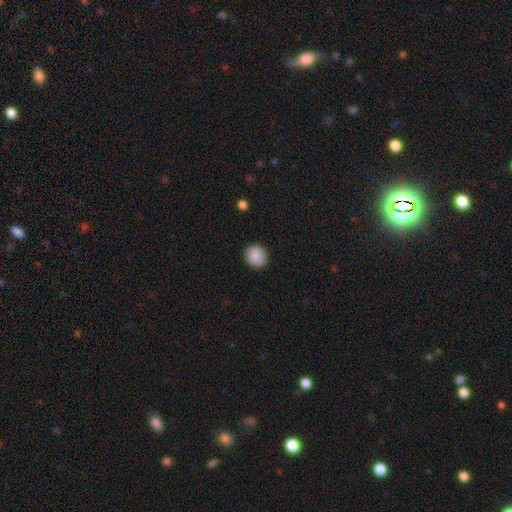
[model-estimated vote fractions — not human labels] A smooth galaxy with no disk features (89%) that is round (82%). Merging: none (90%).